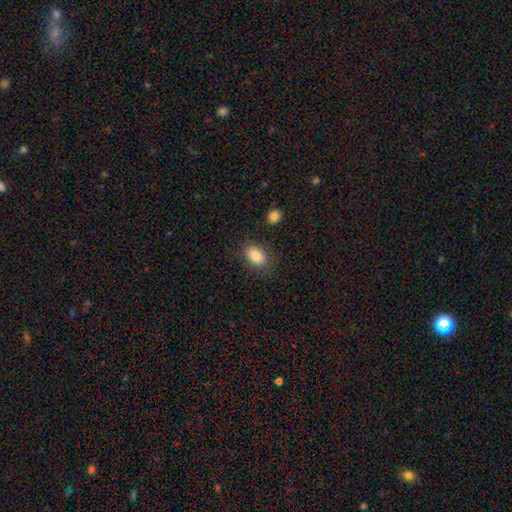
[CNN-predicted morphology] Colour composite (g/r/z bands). It shows a smooth galaxy with no disk features (84%) that is in between round and cigar-shaped (85%). Merging: none (81%).